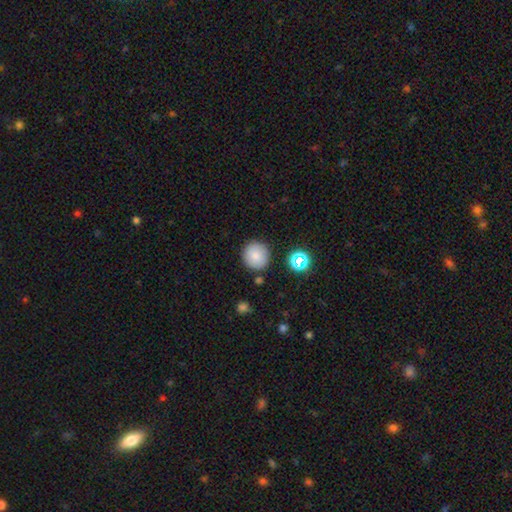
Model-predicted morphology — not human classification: The model was most divided on "smooth or featured": smooth: 80%, star or artifact: 12%, featured or disk: 8%. More confident: how rounded — round (94%); merging — none (87%).